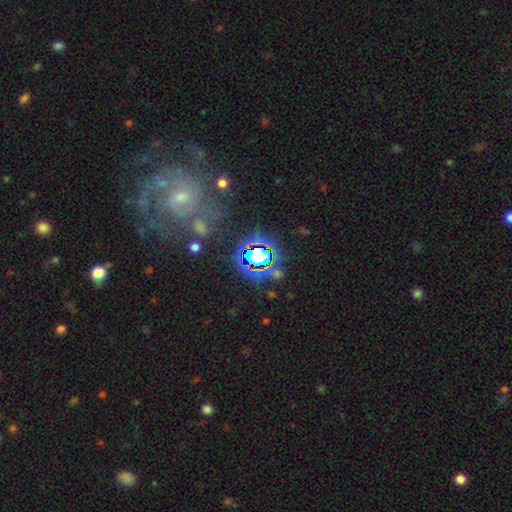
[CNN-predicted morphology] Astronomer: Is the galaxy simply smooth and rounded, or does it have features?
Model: star or artifact — 69%.